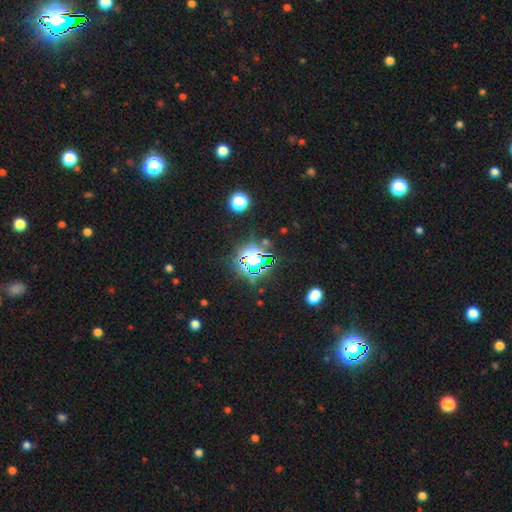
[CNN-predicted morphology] This is likely a star or artifact rather than a galaxy (76%).